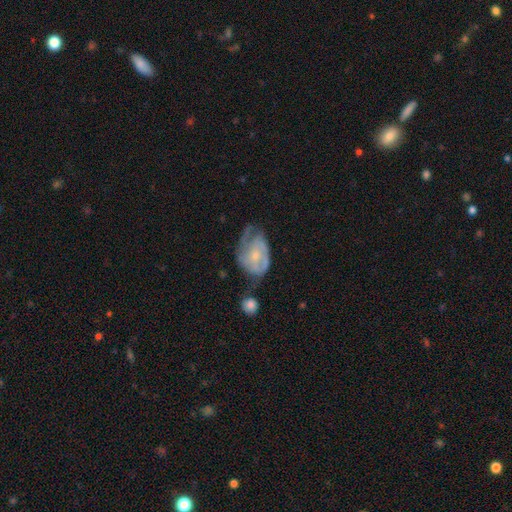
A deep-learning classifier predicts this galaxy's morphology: Q: Smooth or featured?
A: featured or disk (74%); runner-up: smooth (20%)
Q: Edge-on disk?
A: no (97%); runner-up: yes (3%)
Q: Bar?
A: no (64%); runner-up: weak (30%)
Q: Spiral arms?
A: yes (85%); runner-up: no (15%)
Q: Spiral winding?
A: tight (47%); runner-up: medium (38%)
Q: Spiral arm count?
A: 2 (43%); runner-up: can't tell (30%)
Q: Bulge size?
A: small (60%); runner-up: moderate (32%)
Q: Merging?
A: none (39%); runner-up: minor disturbance (30%)